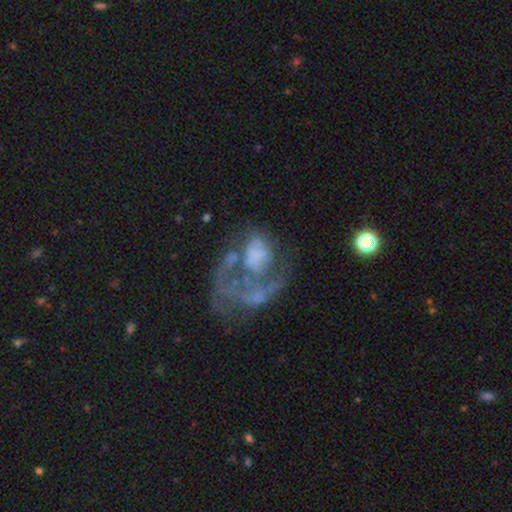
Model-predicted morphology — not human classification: type=featured or disk (64%); edge-on=no (98%); bar=no (85%); spiral arms=no (67%); bulge=none (59%); merging=major disturbance (51%).